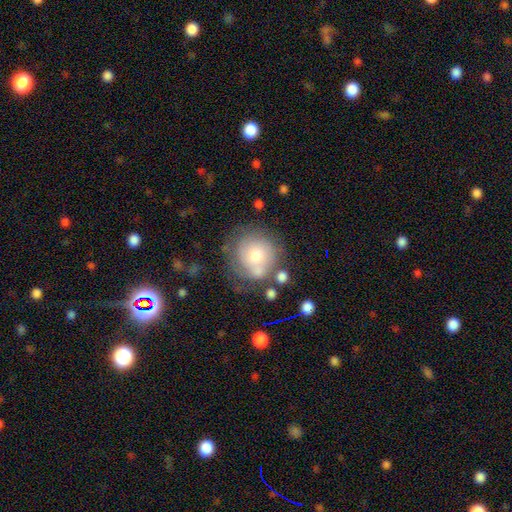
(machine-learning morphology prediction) type=smooth (56%); roundness=round (91%); merging=none (61%).